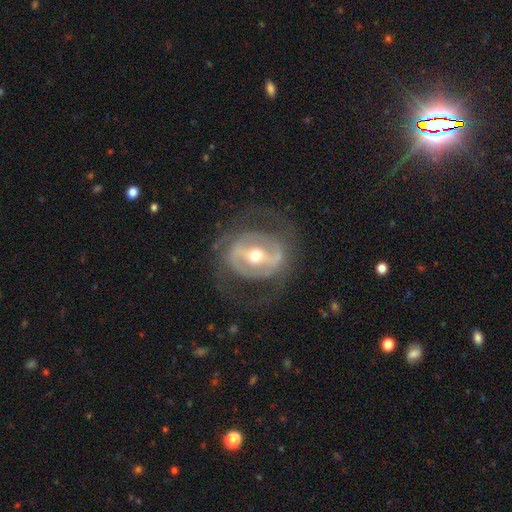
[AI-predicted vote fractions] Smooth or featured? featured or disk (81%)
Edge-on disk? no (94%)
Bar? strong (55%)
Spiral arms? yes (60%)
Bulge size? moderate (68%)
Merging? none (67%)